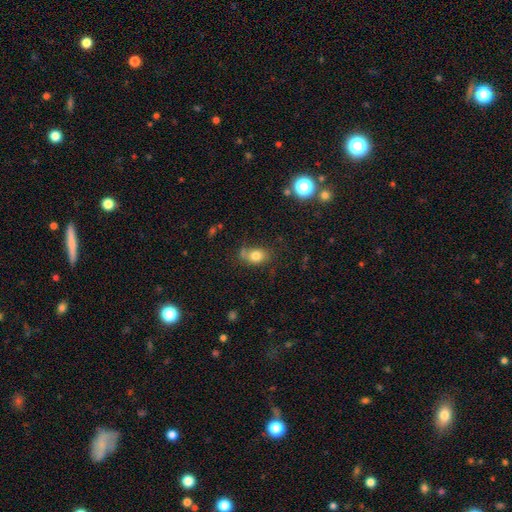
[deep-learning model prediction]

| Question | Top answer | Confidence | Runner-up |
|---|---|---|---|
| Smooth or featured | smooth | 78% | featured or disk (11%) |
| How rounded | in between | 66% | round (32%) |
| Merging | none | 63% | minor disturbance (21%) |